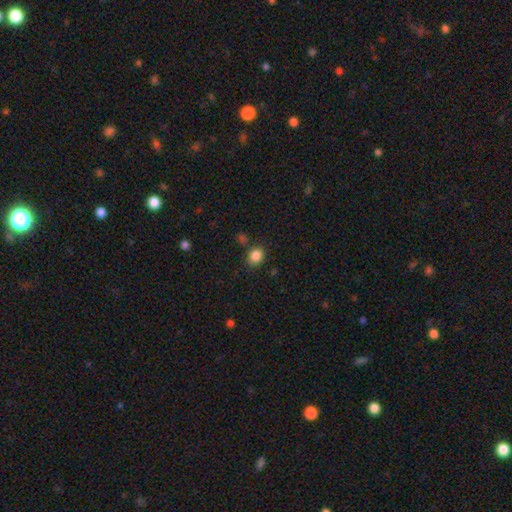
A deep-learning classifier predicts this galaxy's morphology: Smooth or featured: smooth — 86% (star or artifact — 11%)
How rounded: round — 65% (in between — 34%)
Merging: none — 79% (minor disturbance — 11%)